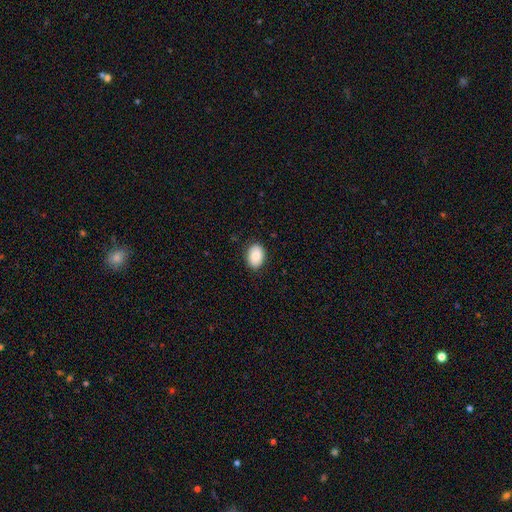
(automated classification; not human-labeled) Morphology: type=smooth (87%); roundness=in between (82%); merging=none (87%).